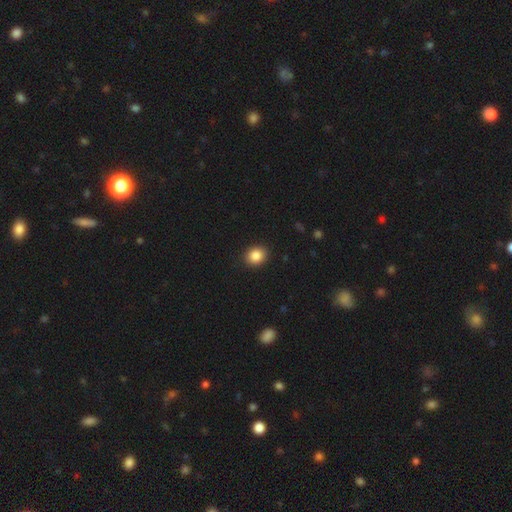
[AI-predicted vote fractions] Overall: smooth (86%). How rounded: round (64%; in between 35%). Merging: none (90%).